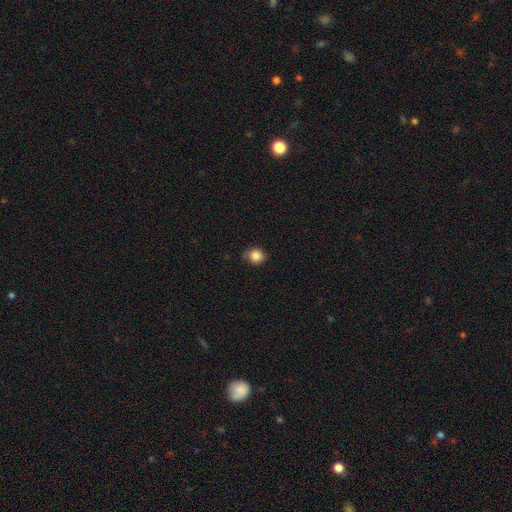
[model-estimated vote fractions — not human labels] Smooth or featured? Predicted: smooth (p=0.84). How rounded? Predicted: round (p=0.81). Merging? Predicted: none (p=0.76).